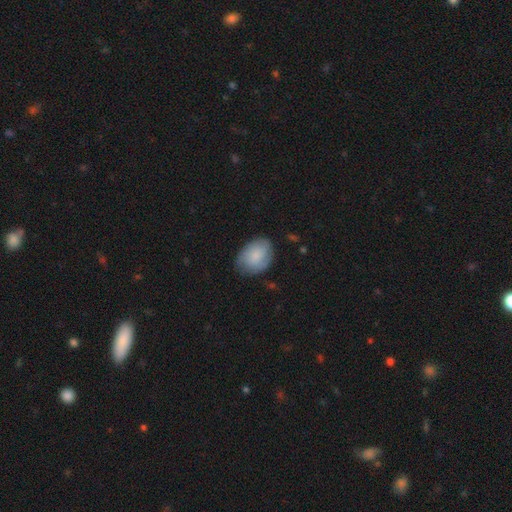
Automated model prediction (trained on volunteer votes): Q: Smooth or featured?
A: smooth (74%); runner-up: featured or disk (20%)
Q: How rounded?
A: in between (75%); runner-up: round (24%)
Q: Merging?
A: none (73%); runner-up: minor disturbance (21%)